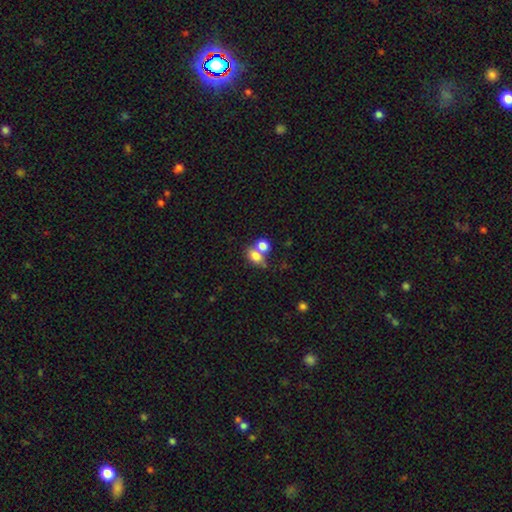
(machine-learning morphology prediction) Q: Smooth or featured?
A: smooth (77%); runner-up: featured or disk (12%)
Q: How rounded?
A: in between (68%); runner-up: round (30%)
Q: Merging?
A: merger (49%); runner-up: none (37%)